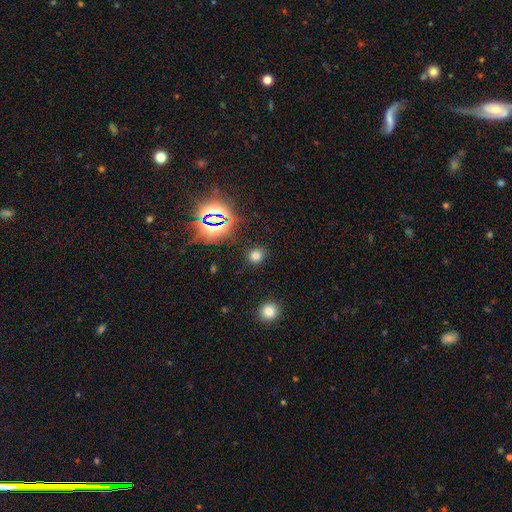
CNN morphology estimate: Overall: smooth (68%). How rounded: round (77%). Merging: none (87%).